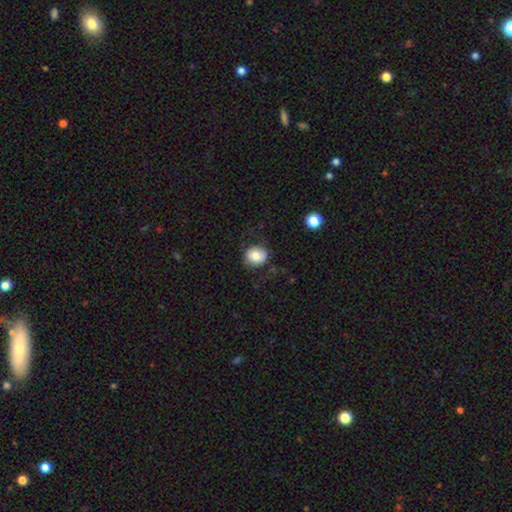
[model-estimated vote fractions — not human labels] Smooth or featured: smooth — 80% (featured or disk — 12%)
How rounded: round — 65% (in between — 34%)
Merging: none — 76% (minor disturbance — 16%)